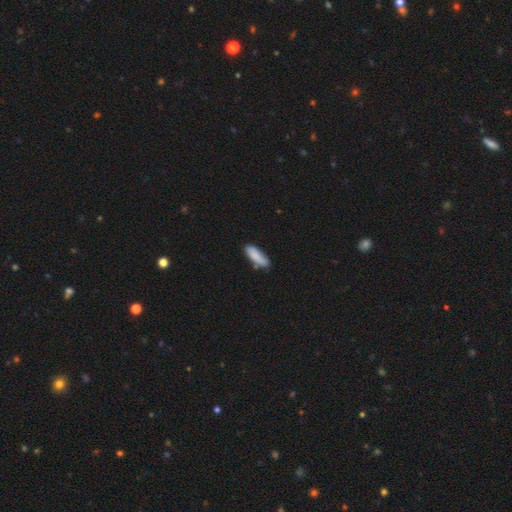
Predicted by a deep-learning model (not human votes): Overall: smooth (83%). How rounded: in between (55%; cigar-shaped 43%). Merging: none (70%).